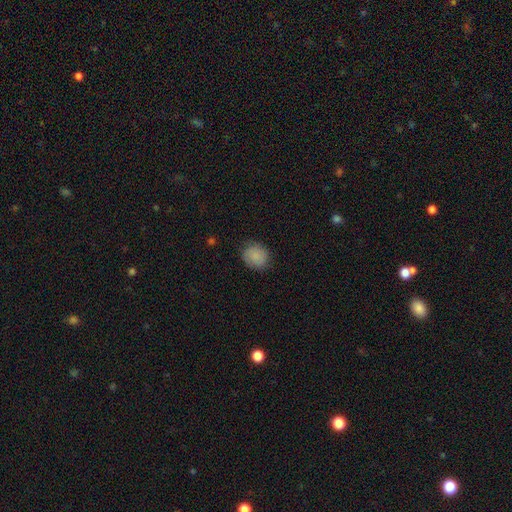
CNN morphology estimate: Smooth or featured? Predicted: smooth (p=0.85). How rounded? Predicted: round (p=0.66). Merging? Predicted: none (p=0.80).